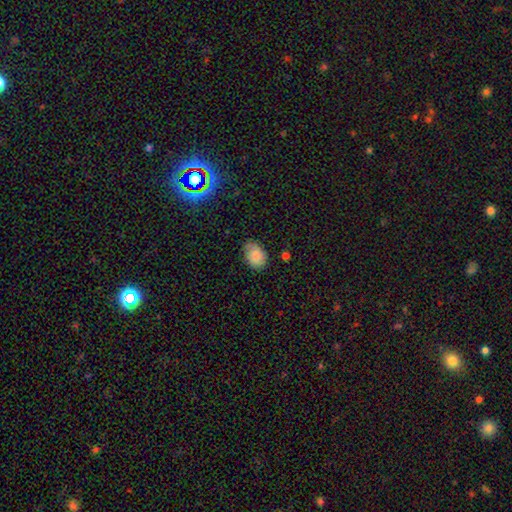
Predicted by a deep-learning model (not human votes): smooth-or-featured: smooth: 79% | featured or disk: 13% | star or artifact: 8%
  how-rounded: in between: 78% | round: 21% | cigar-shaped: 1%
  merging: none: 69% | minor disturbance: 24% | major disturbance: 5% | merger: 2%